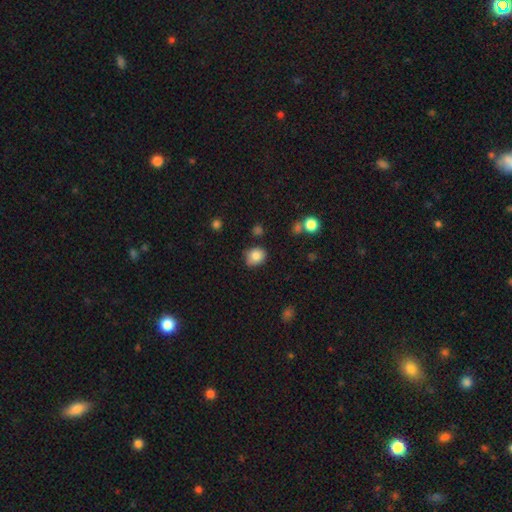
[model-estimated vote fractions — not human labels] This is clearly a smooth galaxy (84%). How rounded: likely round (60%). Merging: likely none (73%).